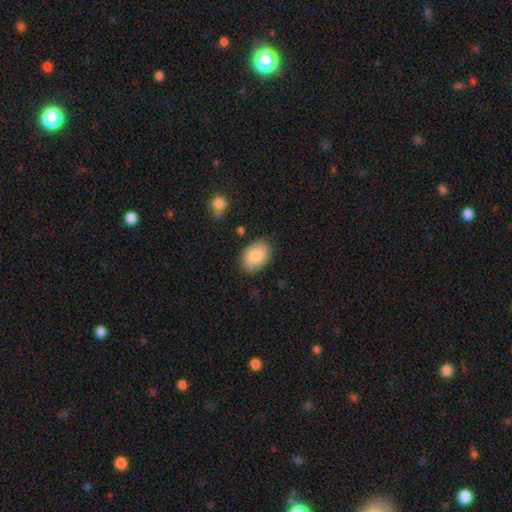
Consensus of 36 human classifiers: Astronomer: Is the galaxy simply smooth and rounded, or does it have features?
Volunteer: smooth — 92%.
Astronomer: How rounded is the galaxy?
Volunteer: in between — 85%.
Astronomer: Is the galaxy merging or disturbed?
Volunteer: none — 83%.